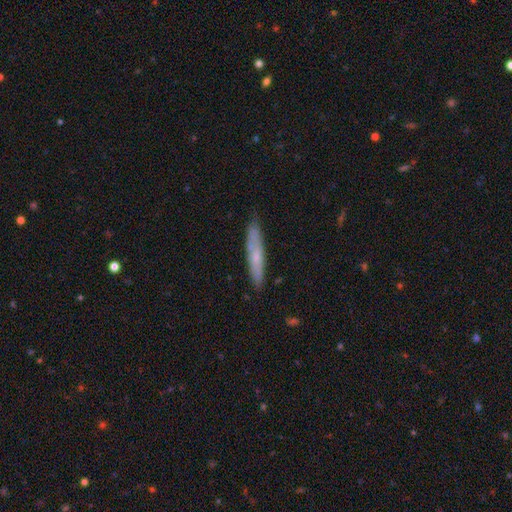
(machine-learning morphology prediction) Overall: smooth (52%; featured or disk 42%). How rounded: cigar-shaped (91%). Merging: none (81%).